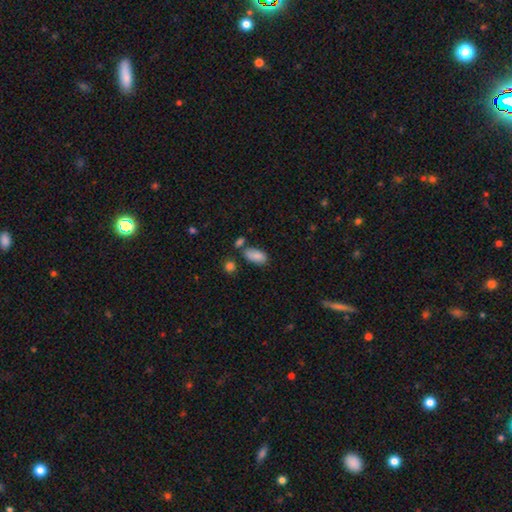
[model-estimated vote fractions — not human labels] Smooth or featured: smooth — 86% (star or artifact — 7%)
How rounded: in between — 92% (cigar-shaped — 5%)
Merging: none — 66% (minor disturbance — 18%)